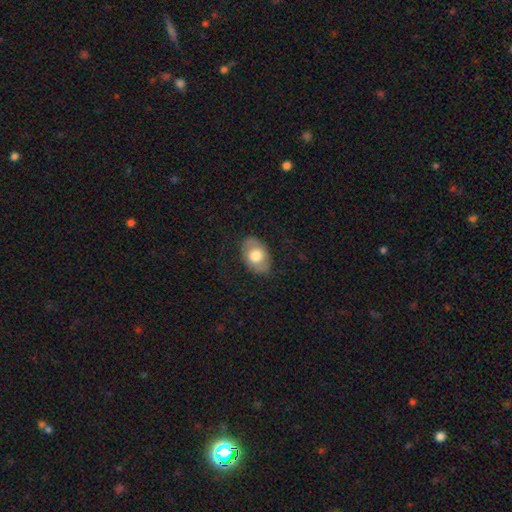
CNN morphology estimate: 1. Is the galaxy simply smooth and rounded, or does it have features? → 67% smooth, 26% featured or disk, 6% star or artifact.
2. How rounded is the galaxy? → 83% in between, 15% round, 1% cigar-shaped.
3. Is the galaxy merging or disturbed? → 80% none, 14% minor disturbance, 4% major disturbance, 1% merger.